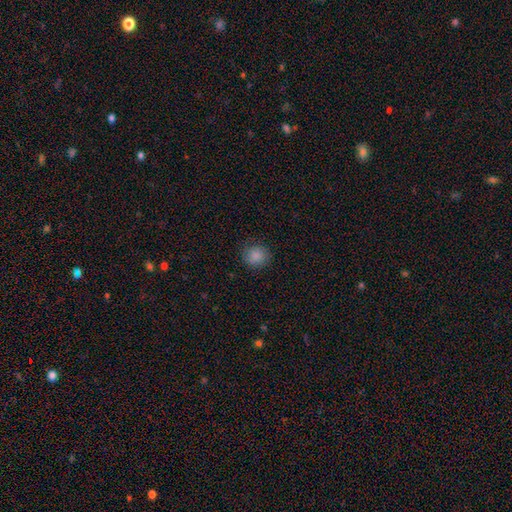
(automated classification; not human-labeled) This appears to be a smooth galaxy with no disk features (86%) that is round (86%). Merging: none (85%).